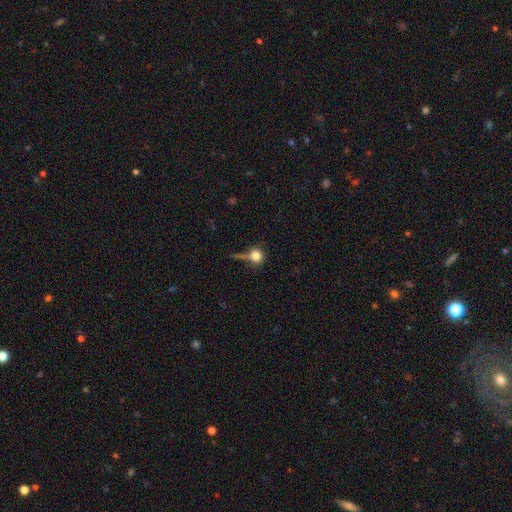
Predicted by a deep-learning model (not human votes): Overall: smooth (77%). How rounded: round (83%). Merging: none (46%; minor disturbance 22%).